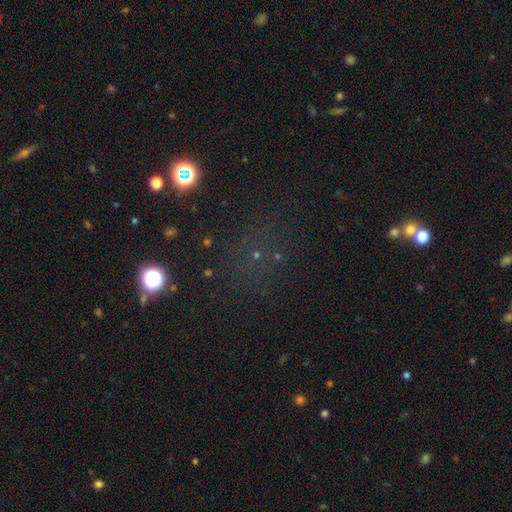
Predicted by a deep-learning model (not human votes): This appears to be a star or artifact, not a galaxy (58%).